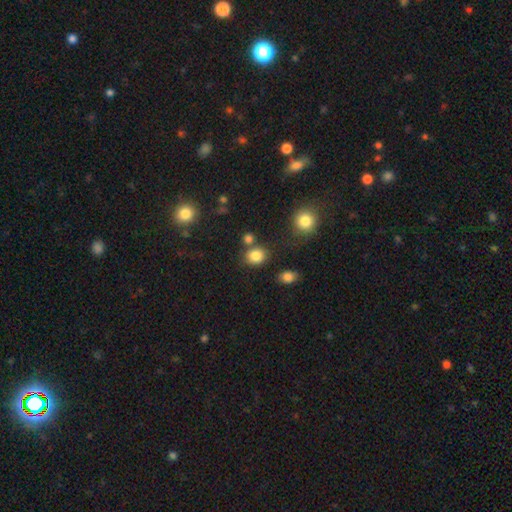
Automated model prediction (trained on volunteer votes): Smooth or featured? Predicted: smooth (p=0.83). How rounded? Predicted: round (p=0.72). Merging? Predicted: none (p=0.70).